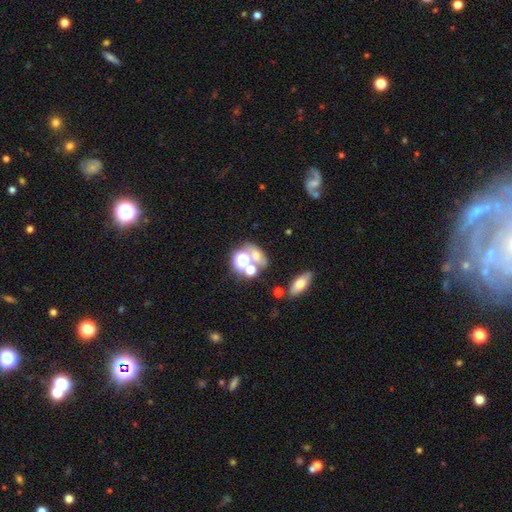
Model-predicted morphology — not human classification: type=smooth (51%); roundness=round (55%); merging=none (44%).